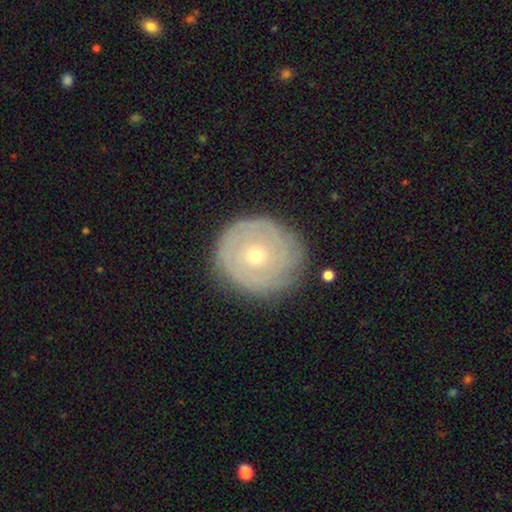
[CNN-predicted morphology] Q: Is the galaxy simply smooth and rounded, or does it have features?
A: featured or disk — 66%.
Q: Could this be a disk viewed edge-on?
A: no — 96%.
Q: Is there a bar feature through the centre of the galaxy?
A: no — 85%.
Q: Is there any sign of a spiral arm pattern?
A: yes — 72%.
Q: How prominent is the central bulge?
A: small — 64%.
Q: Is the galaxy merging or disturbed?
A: none — 79%.